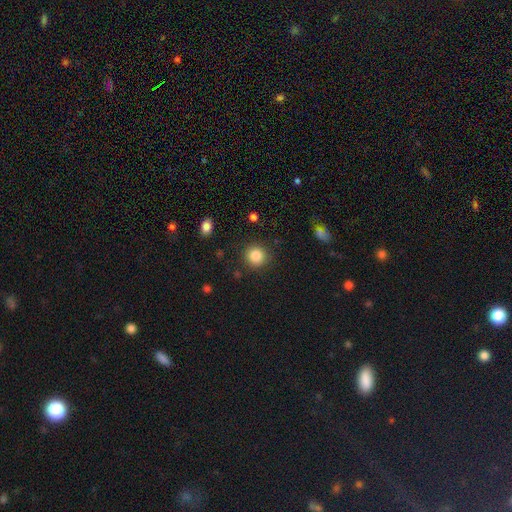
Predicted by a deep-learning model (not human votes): smooth-or-featured: smooth: 85% | star or artifact: 10% | featured or disk: 5%
  how-rounded: round: 92% | in between: 7% | cigar-shaped: 1%
  merging: none: 89% | minor disturbance: 7% | major disturbance: 3% | merger: 1%